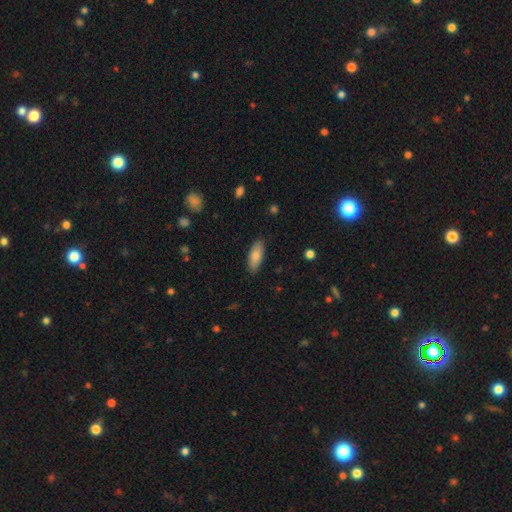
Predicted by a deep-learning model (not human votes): Overall: smooth (80%). How rounded: in between (77%). Merging: none (88%).